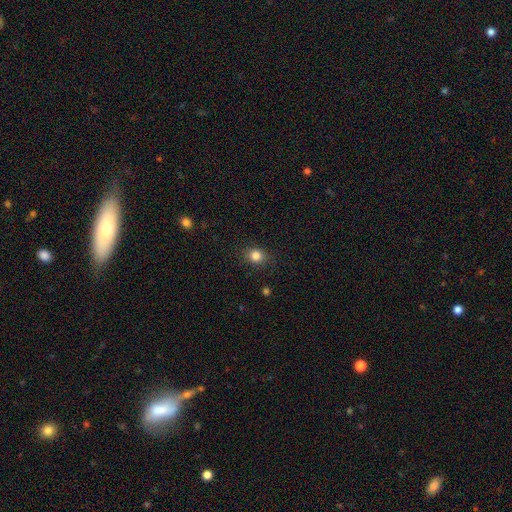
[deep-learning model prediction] Smooth or featured: smooth — 83% (star or artifact — 11%)
How rounded: round — 72% (in between — 27%)
Merging: none — 86% (minor disturbance — 10%)